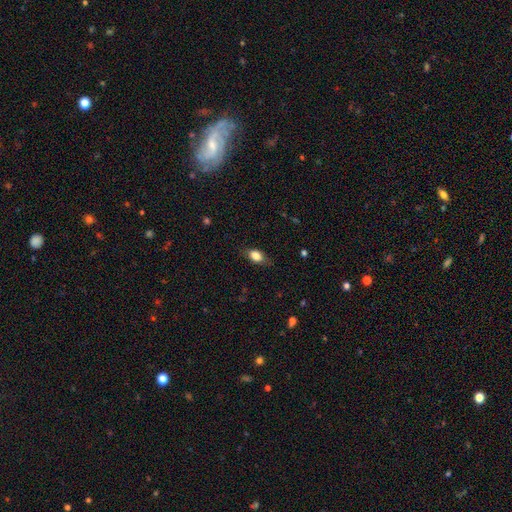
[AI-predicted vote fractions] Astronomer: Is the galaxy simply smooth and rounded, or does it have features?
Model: smooth — 80%.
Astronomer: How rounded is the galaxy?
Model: in between — 80%.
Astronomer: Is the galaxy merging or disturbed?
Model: none — 75%.